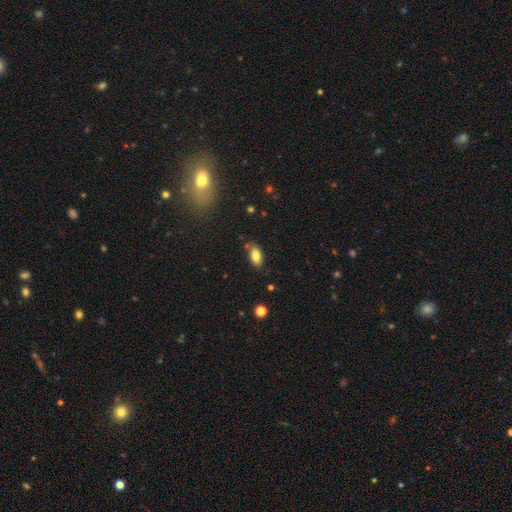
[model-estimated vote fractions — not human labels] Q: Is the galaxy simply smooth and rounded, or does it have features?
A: smooth — 82%.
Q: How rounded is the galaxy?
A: in between — 90%.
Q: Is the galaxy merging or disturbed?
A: none — 78%.